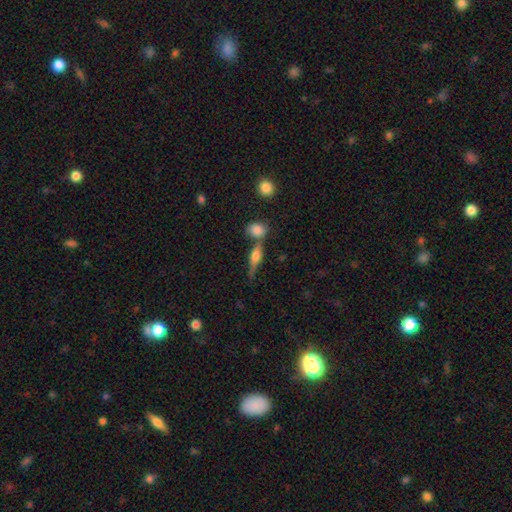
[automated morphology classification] Smooth or featured: featured or disk — 55% (smooth — 36%)
Edge-on disk: yes — 92% (no — 8%)
Edge-on bulge: rounded — 90% (boxy — 7%)
Merging: none — 60% (merger — 22%)